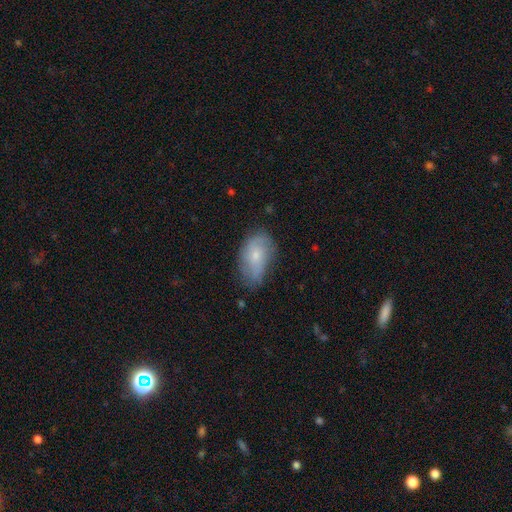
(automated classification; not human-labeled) The model was most divided on "merging": none: 54%, minor disturbance: 34%, major disturbance: 10%, merger: 2%. More confident: how rounded — in between (89%); smooth or featured — smooth (56%).